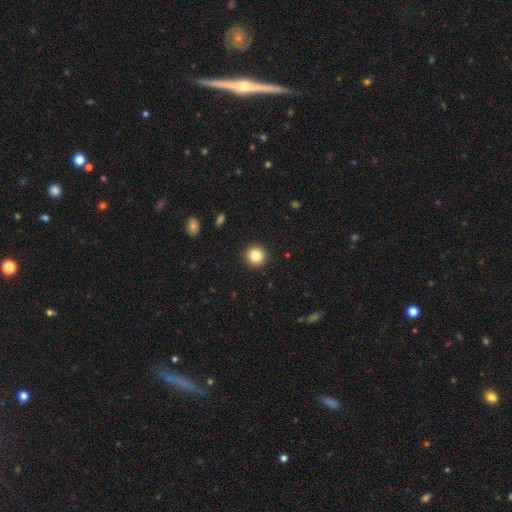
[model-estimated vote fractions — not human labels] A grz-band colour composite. It shows a smooth galaxy with no disk features (84%) that is round (95%). Merging: none (93%).